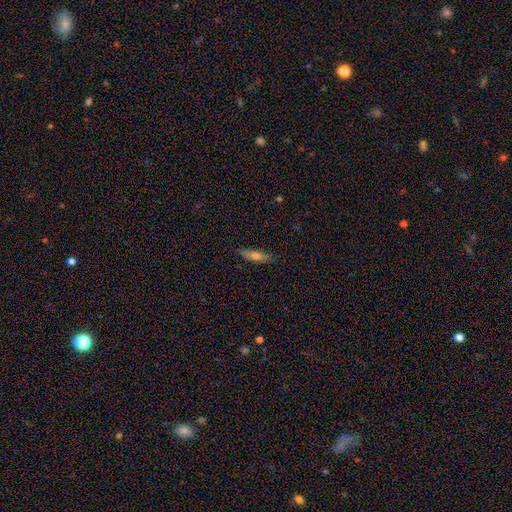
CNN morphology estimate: A smooth galaxy with no disk features (61%) that is cigar-shaped (66%).

Vote fractions:
- Smooth or featured? smooth: 61% / featured or disk: 31% / star or artifact: 8%
- How rounded? cigar-shaped: 66% / in between: 32% / round: 2%
- Merging? none: 83% / minor disturbance: 13% / major disturbance: 2% / merger: 1%